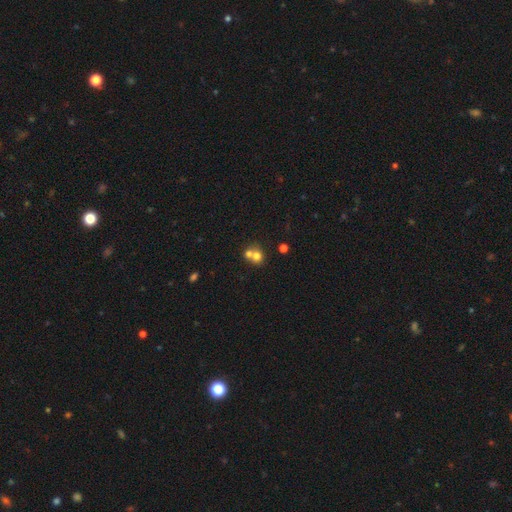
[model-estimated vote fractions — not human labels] A smooth galaxy with no disk features (71%) that is round (80%). Merging: merger (57%).